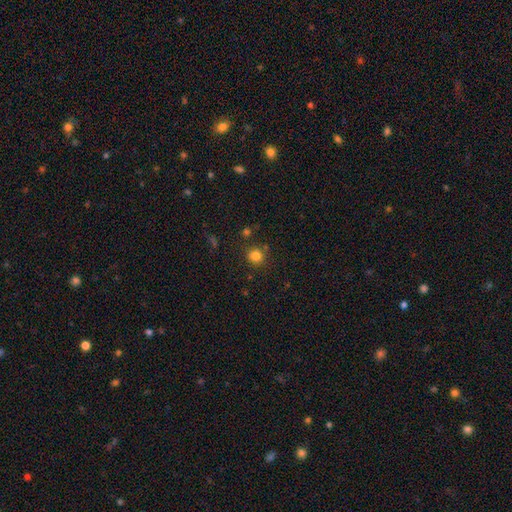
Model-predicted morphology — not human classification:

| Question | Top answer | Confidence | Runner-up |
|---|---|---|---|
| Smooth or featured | smooth | 81% | star or artifact (14%) |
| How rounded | round | 89% | in between (10%) |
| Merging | none | 81% | minor disturbance (10%) |